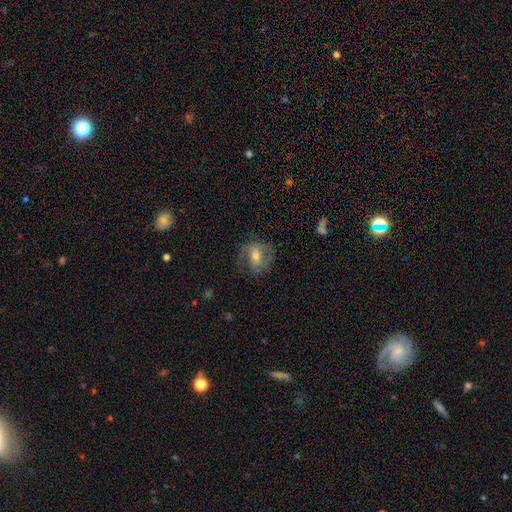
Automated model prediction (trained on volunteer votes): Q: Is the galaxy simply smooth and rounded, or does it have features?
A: featured or disk — 61%.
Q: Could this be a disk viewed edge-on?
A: no — 96%.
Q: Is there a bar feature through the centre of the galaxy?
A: weak — 42%.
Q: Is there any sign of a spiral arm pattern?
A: yes — 80%.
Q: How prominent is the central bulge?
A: moderate — 57%.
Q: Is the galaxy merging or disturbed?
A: none — 68%.